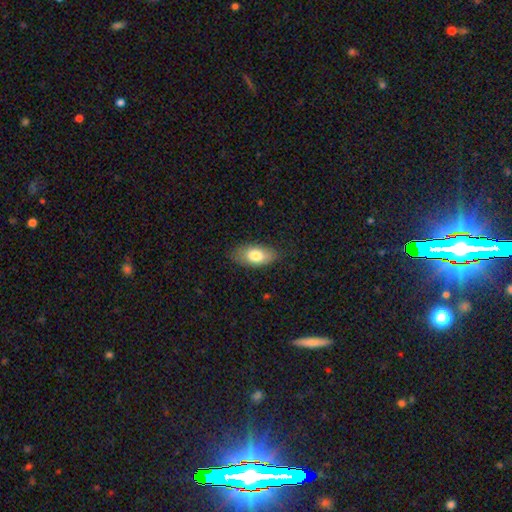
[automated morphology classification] The model was most divided on "smooth or featured": smooth: 78%, featured or disk: 15%, star or artifact: 7%. More confident: how rounded — in between (90%); merging — none (79%).